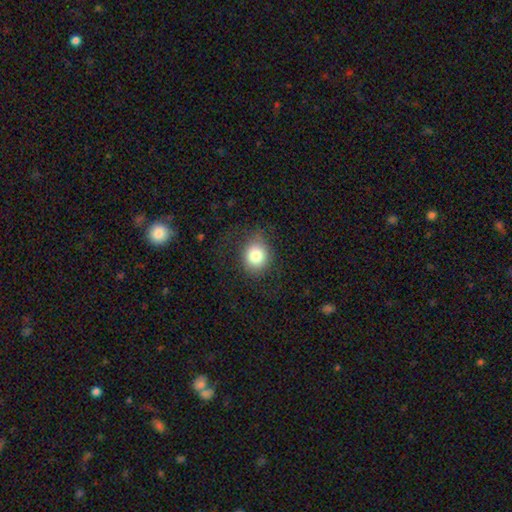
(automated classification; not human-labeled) This appears to be a smooth galaxy with no disk features (81%) that is round (75%). Merging: none (78%).